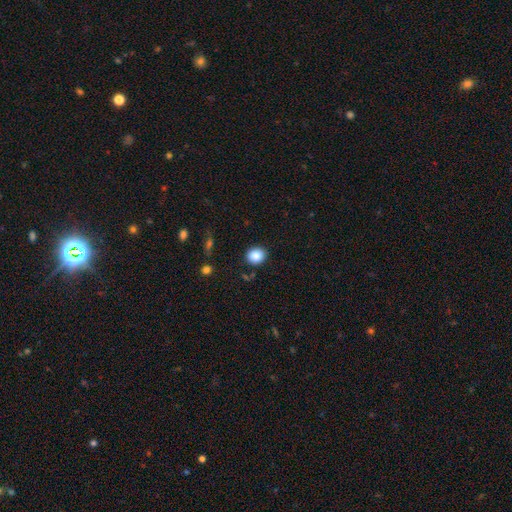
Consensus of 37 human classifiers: Smooth or featured?
  - smooth: 89% *
  - star or artifact: 8%
  - featured or disk: 3%
How rounded?
  - round: 67% *
  - in between: 33%
  - cigar-shaped: 0%
Merging?
  - none: 94% *
  - minor disturbance: 3%
  - major disturbance: 3%
  - merger: 0%